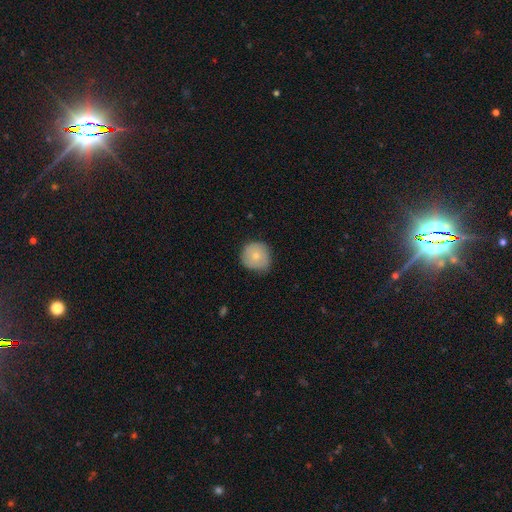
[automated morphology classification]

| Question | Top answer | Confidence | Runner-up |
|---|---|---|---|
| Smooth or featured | smooth | 72% | featured or disk (21%) |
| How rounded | round | 91% | in between (8%) |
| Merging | none | 69% | minor disturbance (26%) |